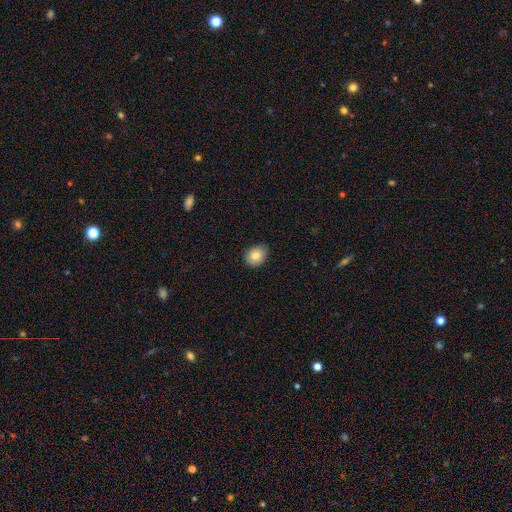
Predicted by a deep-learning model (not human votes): smooth 84%, star or artifact 8%, featured or disk 7%. Down the decision tree: how rounded — round (52%); merging — none (76%).